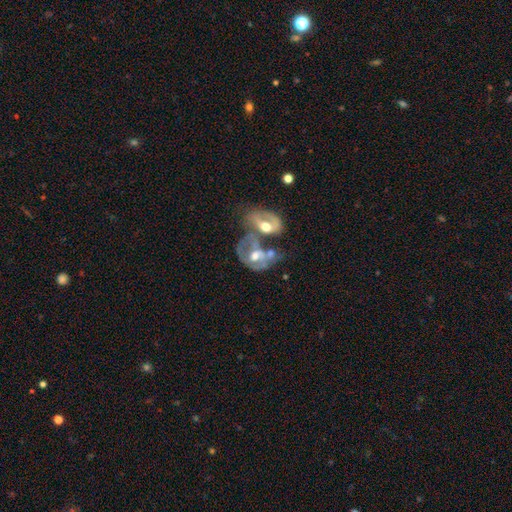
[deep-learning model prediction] smooth_or_featured: featured or disk (p=0.64) [alt: smooth p=0.28]
disk_edge_on: no (p=0.95) [alt: yes p=0.05]
bar: no (p=0.66) [alt: weak p=0.25]
has_spiral_arms: no (p=0.53) [alt: yes p=0.47]
bulge_size: moderate (p=0.69) [alt: large p=0.17]
merging: merger (p=0.67) [alt: major disturbance p=0.14]